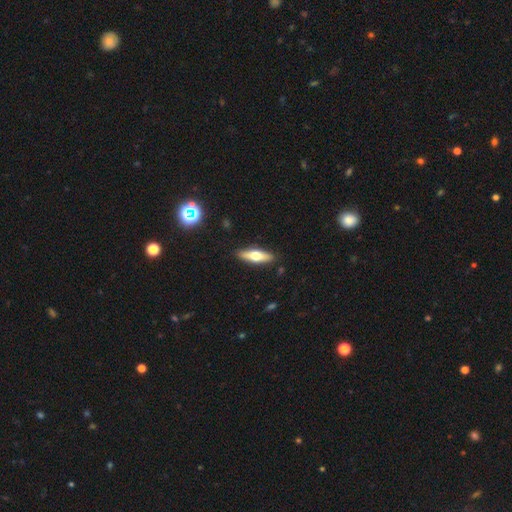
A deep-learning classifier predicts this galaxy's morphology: This appears to be a smooth galaxy with no disk features (48%). Merging: none (89%).